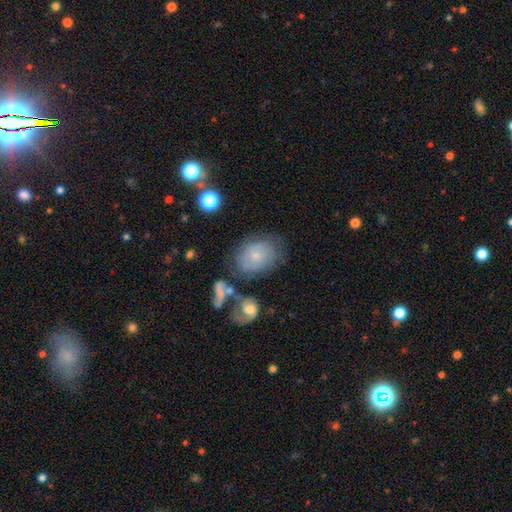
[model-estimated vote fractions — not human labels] Smooth or featured? smooth (55%)
How rounded? in between (70%)
Merging? none (56%)